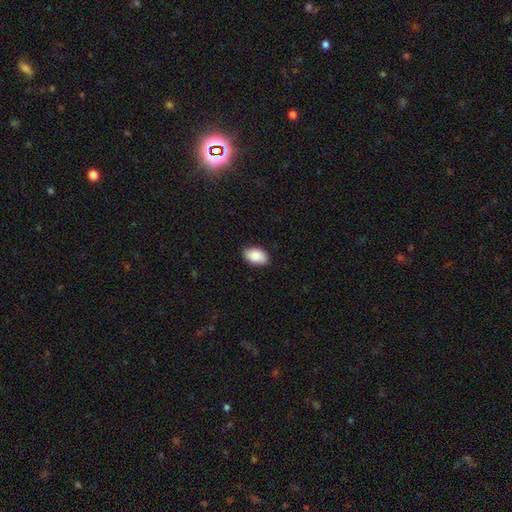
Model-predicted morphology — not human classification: Overall: smooth (87%). How rounded: in between (93%). Merging: none (86%).